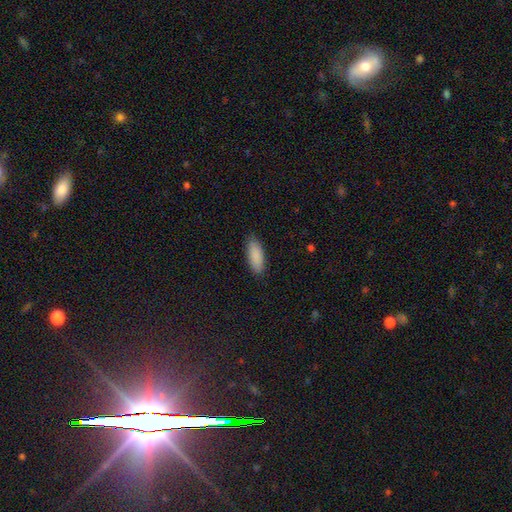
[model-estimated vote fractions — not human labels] Morphology: type=smooth (90%); roundness=in between (77%); merging=none (85%).